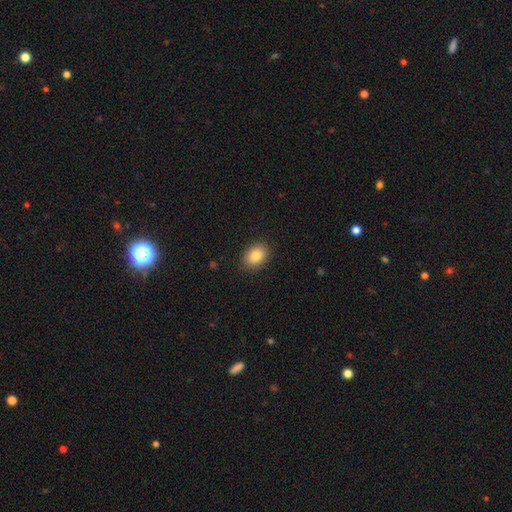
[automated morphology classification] This appears to be a smooth galaxy with no disk features (85%) that is in between round and cigar-shaped (71%). Merging: none (86%).